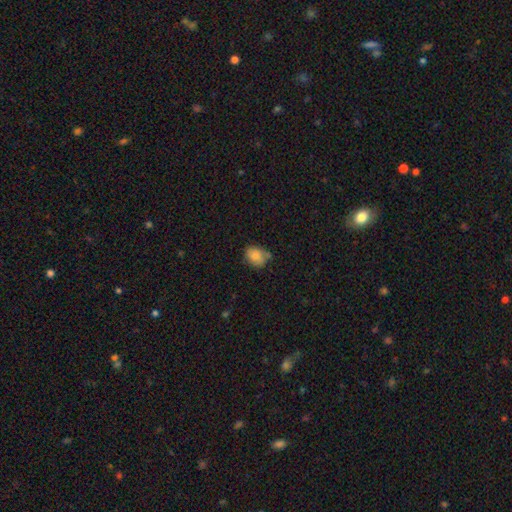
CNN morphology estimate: This is clearly a smooth galaxy (81%). How rounded: likely in between (60%). Merging: possibly none (57%).